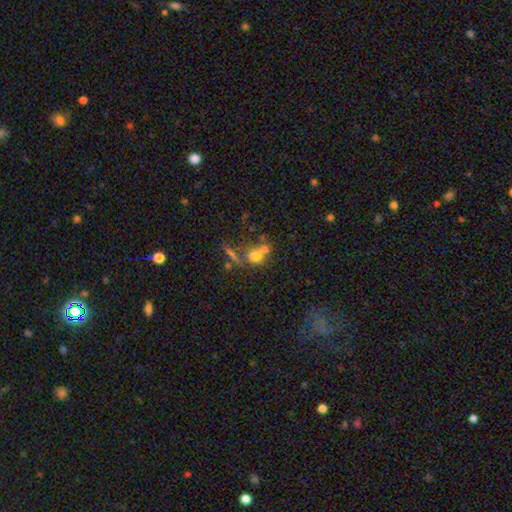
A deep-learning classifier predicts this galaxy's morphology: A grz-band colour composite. It shows a smooth galaxy with no disk features (54%) that is round (49%). Merging: merger (52%).